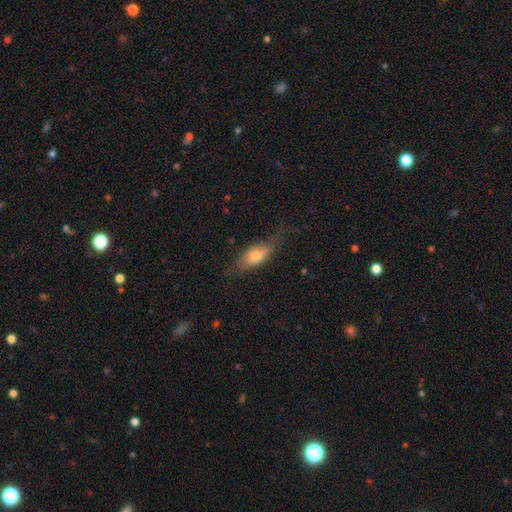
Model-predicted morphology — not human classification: smooth-or-featured: smooth: 62% | featured or disk: 31% | star or artifact: 7%
  how-rounded: in between: 70% | cigar-shaped: 26% | round: 4%
  merging: none: 64% | minor disturbance: 24% | major disturbance: 10% | merger: 2%